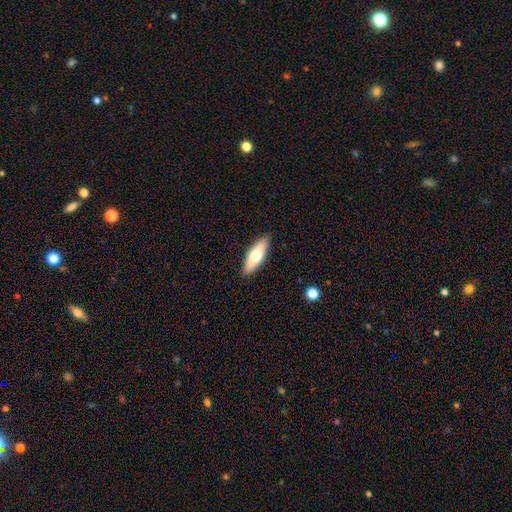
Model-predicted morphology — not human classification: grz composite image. It shows a smooth galaxy with no disk features (67%) that is in between round and cigar-shaped (60%). Merging: none (89%).